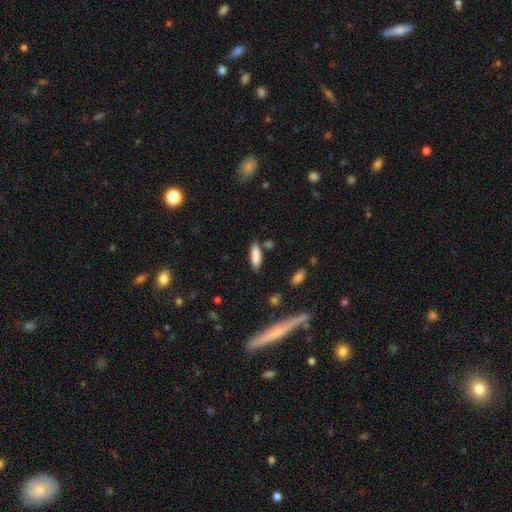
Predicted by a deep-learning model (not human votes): This appears to be a smooth galaxy with no disk features (83%) that is cigar-shaped (53%). Merging: none (76%).